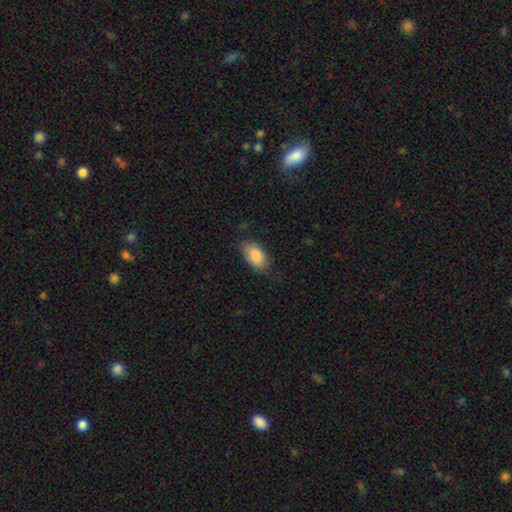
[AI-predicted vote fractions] Smooth or featured: smooth — 87% (star or artifact — 6%)
How rounded: in between — 94% (round — 4%)
Merging: none — 73% (minor disturbance — 21%)